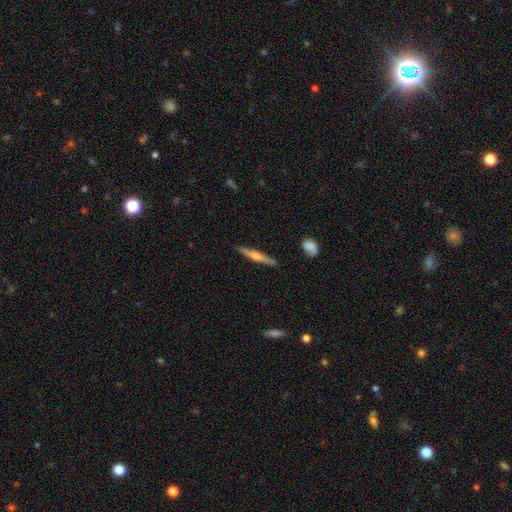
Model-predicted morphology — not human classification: Smooth or featured? featured or disk (58%)
Edge-on disk? yes (97%)
Edge-on bulge? rounded (76%)
Merging? none (89%)